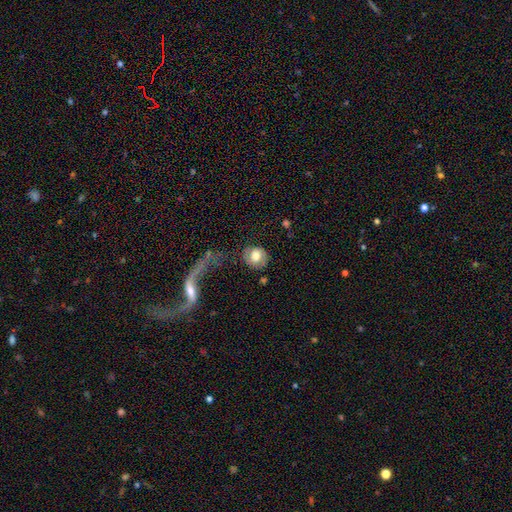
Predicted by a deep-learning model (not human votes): The model was most divided on "smooth or featured": smooth: 58%, featured or disk: 35%, star or artifact: 7%. More confident: how rounded — round (79%); merging — none (67%).